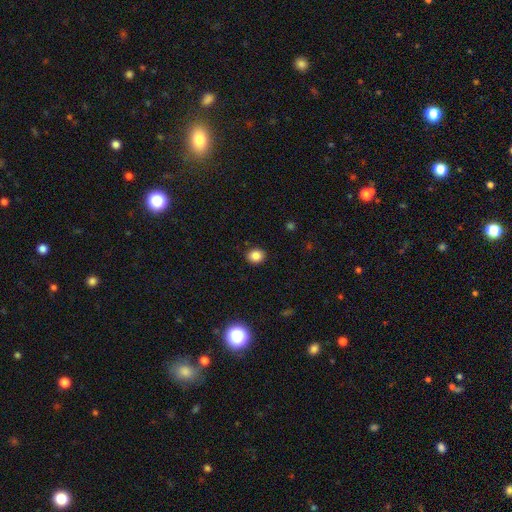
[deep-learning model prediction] Overall: smooth (85%). How rounded: round (70%). Merging: none (90%).